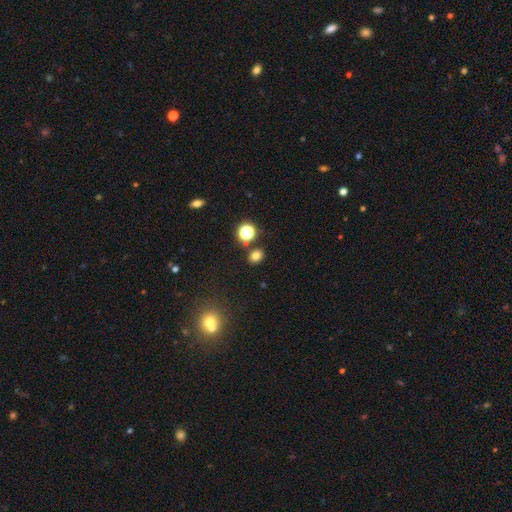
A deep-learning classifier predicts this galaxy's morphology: Smooth or featured? Predicted: smooth (p=0.74). How rounded? Predicted: round (p=0.54). Merging? Predicted: none (p=0.81).